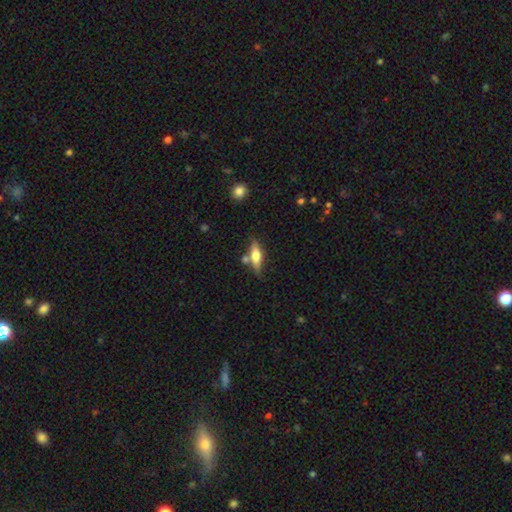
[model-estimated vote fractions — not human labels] This appears to be a smooth galaxy with no disk features (52%) that is cigar-shaped (52%). Merging: none (68%).